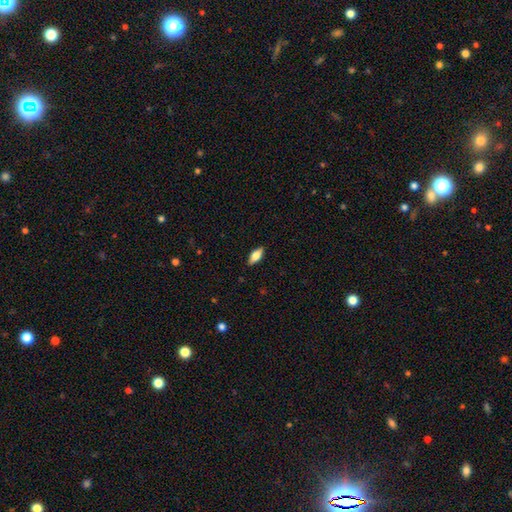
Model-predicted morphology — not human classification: smooth_or_featured: smooth (p=0.68) [alt: featured or disk p=0.25]
how_rounded: in between (p=0.79) [alt: cigar-shaped p=0.18]
merging: none (p=0.88) [alt: minor disturbance p=0.09]